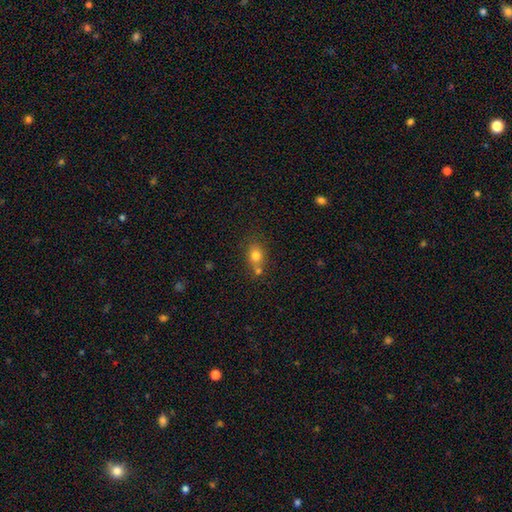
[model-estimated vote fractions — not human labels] smooth_or_featured: smooth (p=0.77) [alt: star or artifact p=0.12]
how_rounded: round (p=0.51) [alt: in between p=0.47]
merging: none (p=0.51) [alt: merger p=0.31]